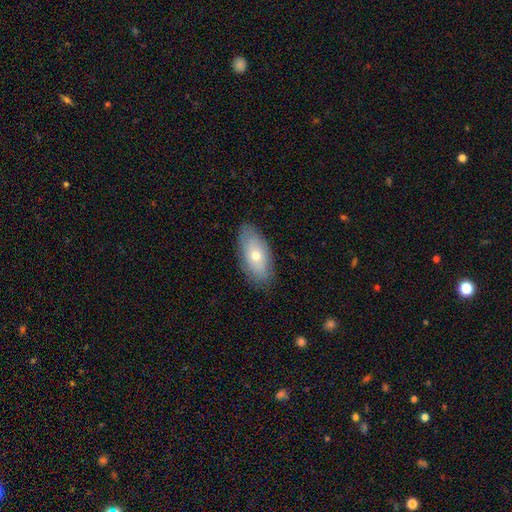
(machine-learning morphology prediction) smooth 61%, featured or disk 32%, star or artifact 7%. Down the decision tree: how rounded — in between (89%); merging — none (83%).